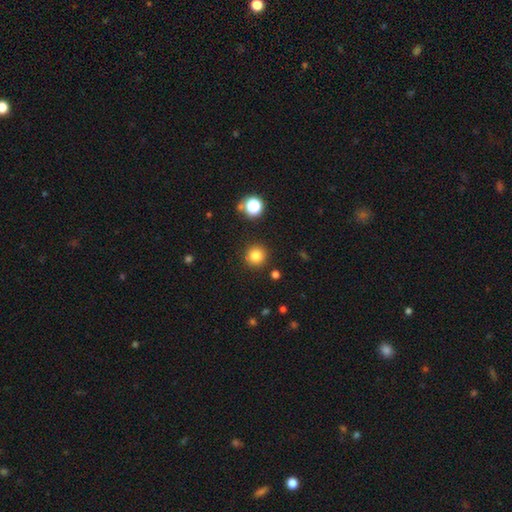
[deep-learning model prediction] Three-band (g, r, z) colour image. It shows a smooth galaxy with no disk features (82%) that is round (95%). Merging: none (90%).